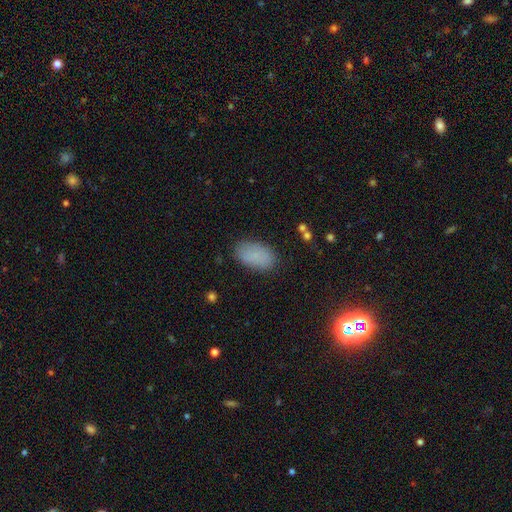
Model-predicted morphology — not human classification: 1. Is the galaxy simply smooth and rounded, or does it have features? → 83% smooth, 10% star or artifact, 7% featured or disk.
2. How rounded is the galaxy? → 94% in between, 4% round, 2% cigar-shaped.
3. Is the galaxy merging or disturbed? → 83% none, 12% minor disturbance, 3% major disturbance, 1% merger.